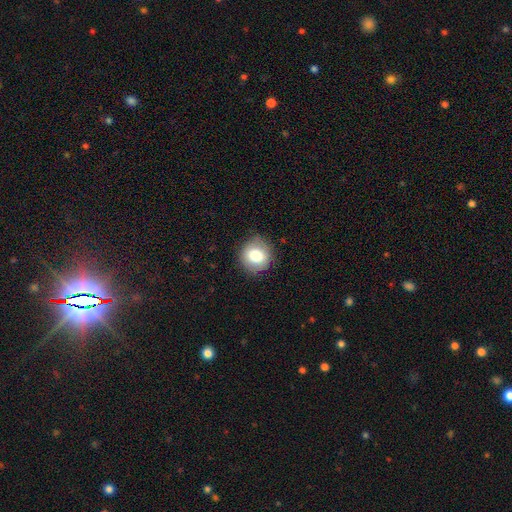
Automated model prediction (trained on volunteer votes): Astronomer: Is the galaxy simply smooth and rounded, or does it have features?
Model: smooth — 77%.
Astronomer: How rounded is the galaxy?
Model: round — 89%.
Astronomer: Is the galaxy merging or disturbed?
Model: none — 83%.